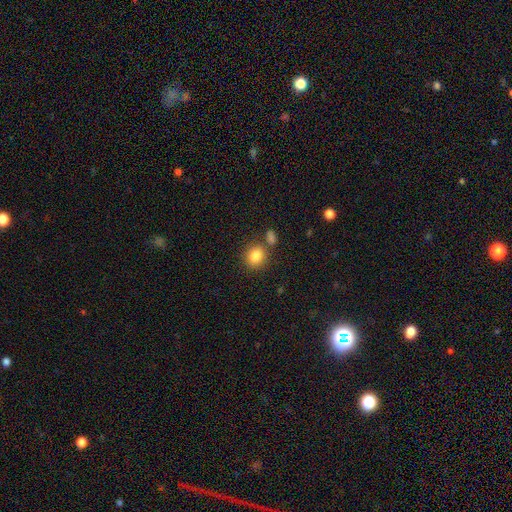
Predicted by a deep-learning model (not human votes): smooth 85%, star or artifact 9%, featured or disk 6%. Down the decision tree: how rounded — round (70%); merging — none (71%).